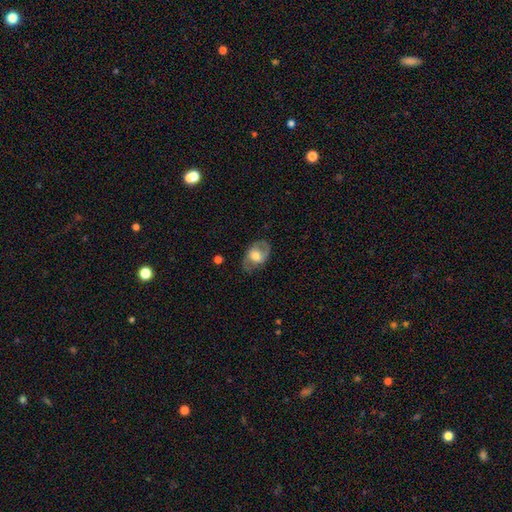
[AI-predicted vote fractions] featured or disk 51%, smooth 42%, star or artifact 7%. Down the decision tree: edge-on disk — no (93%); merging — none (69%).